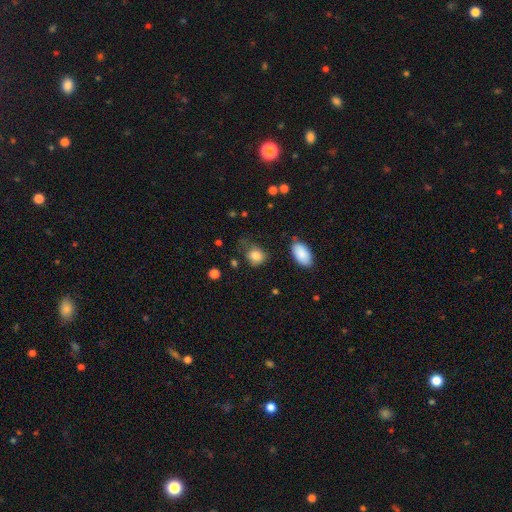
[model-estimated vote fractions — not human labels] This appears to be a smooth galaxy with no disk features (83%) that is round (51%). Merging: none (46%).